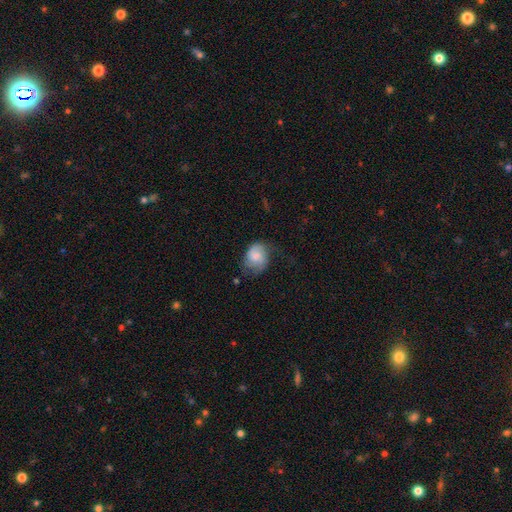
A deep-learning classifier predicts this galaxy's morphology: This appears to be a smooth galaxy with no disk features (67%) that is round (51%). Merging: none (43%).